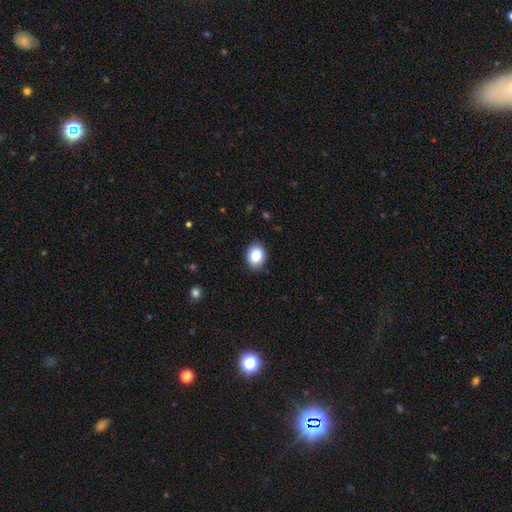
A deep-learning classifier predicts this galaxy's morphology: The model was most divided on "how rounded": in between: 52%, round: 47%, cigar-shaped: 1%. More confident: merging — none (88%); smooth or featured — smooth (84%).